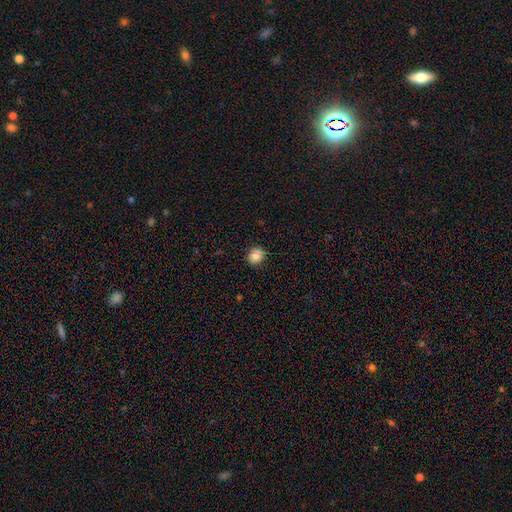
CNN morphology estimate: smooth 85%, star or artifact 9%, featured or disk 6%. Down the decision tree: how rounded — round (69%); merging — none (90%).